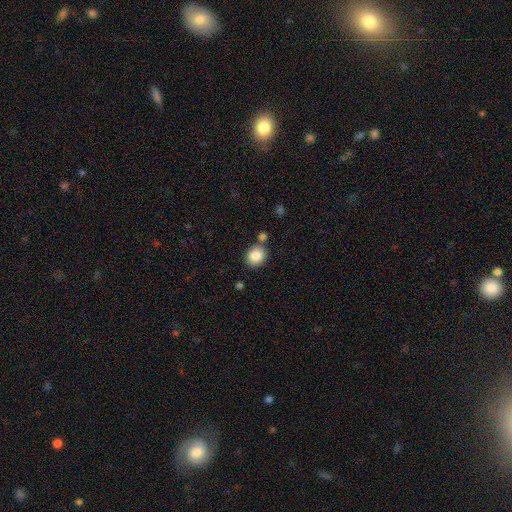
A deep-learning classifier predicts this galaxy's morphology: Smooth or featured?
  - smooth: 84% *
  - star or artifact: 9%
  - featured or disk: 7%
How rounded?
  - round: 73% *
  - in between: 26%
  - cigar-shaped: 1%
Merging?
  - none: 75% *
  - merger: 11%
  - minor disturbance: 11%
  - major disturbance: 3%